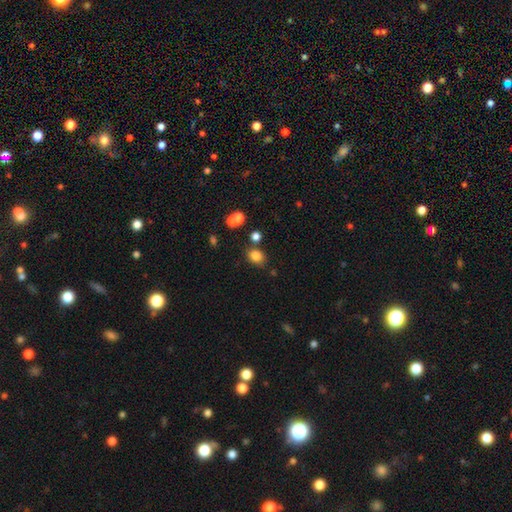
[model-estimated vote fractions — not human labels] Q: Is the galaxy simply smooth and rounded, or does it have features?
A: smooth — 82%.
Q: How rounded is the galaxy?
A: in between — 51%.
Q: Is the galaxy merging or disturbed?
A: none — 75%.